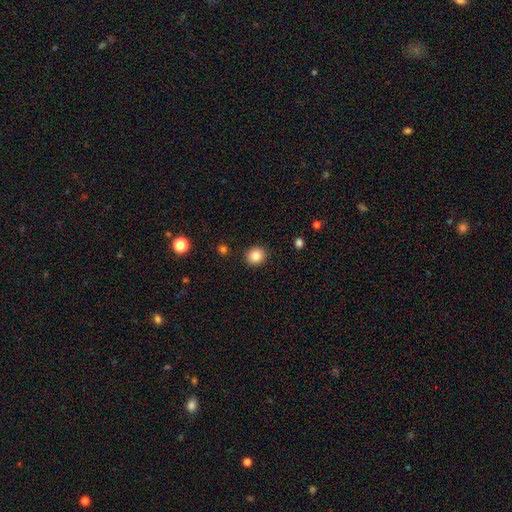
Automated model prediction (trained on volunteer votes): smooth_or_featured: smooth (p=0.83) [alt: star or artifact p=0.10]
how_rounded: round (p=0.80) [alt: in between p=0.19]
merging: none (p=0.91) [alt: minor disturbance p=0.06]